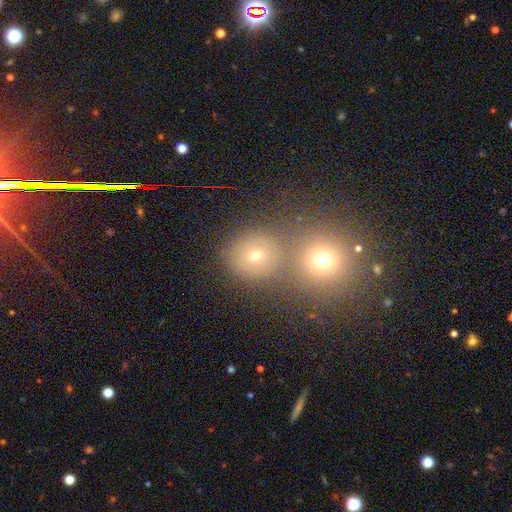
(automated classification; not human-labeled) Overall: smooth (64%). How rounded: round (85%). Merging: none (63%; merger 25%).